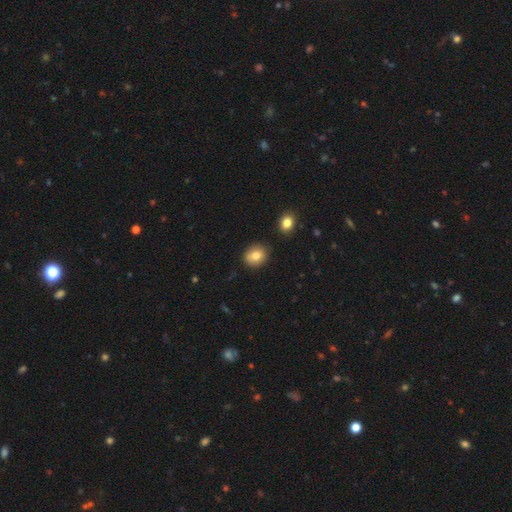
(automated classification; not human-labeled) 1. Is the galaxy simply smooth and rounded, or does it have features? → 79% smooth, 11% featured or disk, 10% star or artifact.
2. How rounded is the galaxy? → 71% round, 28% in between, 1% cigar-shaped.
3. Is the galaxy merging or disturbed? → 86% none, 9% minor disturbance, 3% merger, 2% major disturbance.